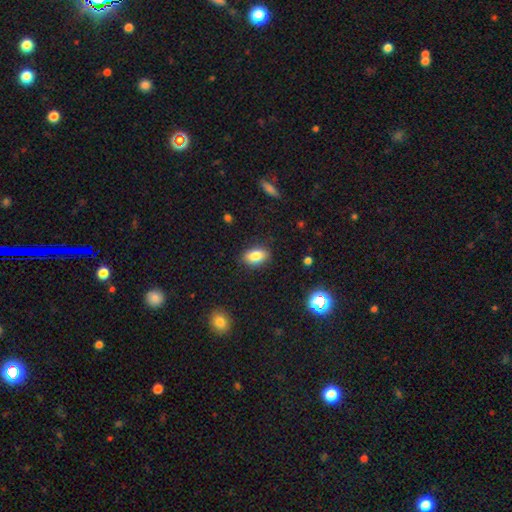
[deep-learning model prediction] Overall: smooth (82%). How rounded: in between (86%). Merging: none (84%).